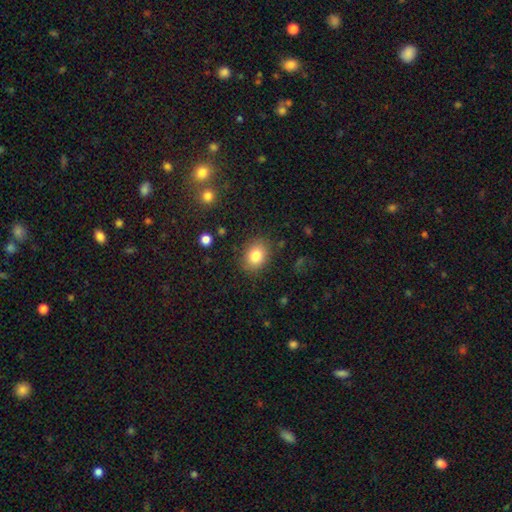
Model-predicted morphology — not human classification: Overall: smooth (82%). How rounded: in between (54%; round 45%). Merging: none (86%).